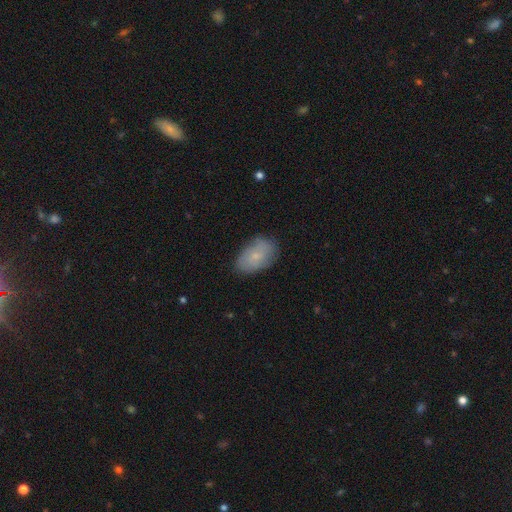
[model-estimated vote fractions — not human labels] Smooth or featured: smooth — 67% (featured or disk — 26%)
How rounded: in between — 91% (round — 7%)
Merging: none — 76% (minor disturbance — 18%)